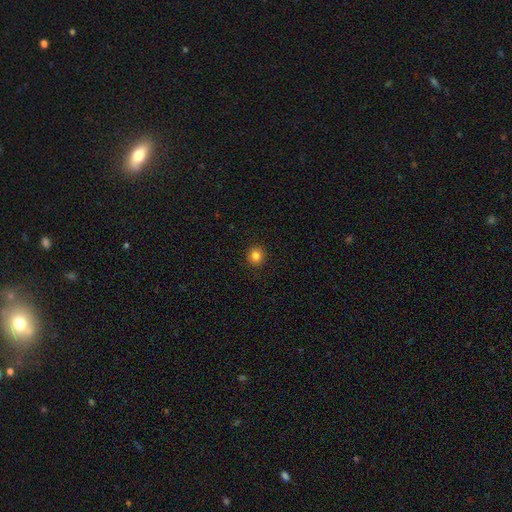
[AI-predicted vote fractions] This appears to be a smooth galaxy with no disk features (84%) that is round (92%). Merging: none (92%).